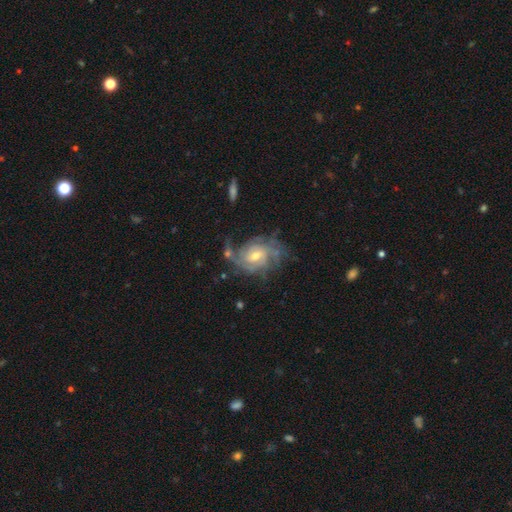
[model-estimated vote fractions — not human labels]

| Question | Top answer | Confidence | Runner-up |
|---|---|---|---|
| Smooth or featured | featured or disk | 85% | smooth (8%) |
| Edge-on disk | no | 97% | yes (3%) |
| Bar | weak | 47% | no (44%) |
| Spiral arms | yes | 95% | no (5%) |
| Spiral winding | tight | 55% | medium (34%) |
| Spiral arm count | can't tell | 32% | 2 (25%) |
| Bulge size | moderate | 55% | small (39%) |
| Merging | none | 58% | minor disturbance (22%) |